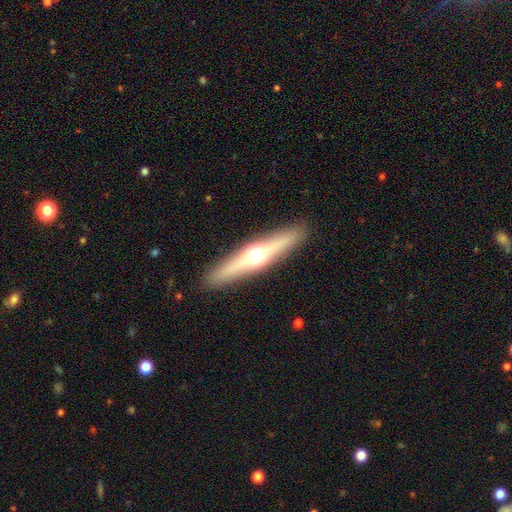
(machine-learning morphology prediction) type=featured or disk (60%); edge-on=yes (93%); edge-on bulge=rounded (94%); merging=none (90%).